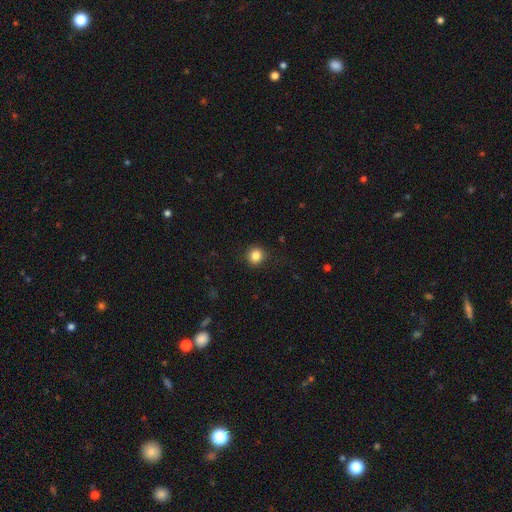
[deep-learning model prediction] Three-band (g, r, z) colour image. It shows a smooth galaxy with no disk features (84%) that is round (91%). Merging: none (90%).